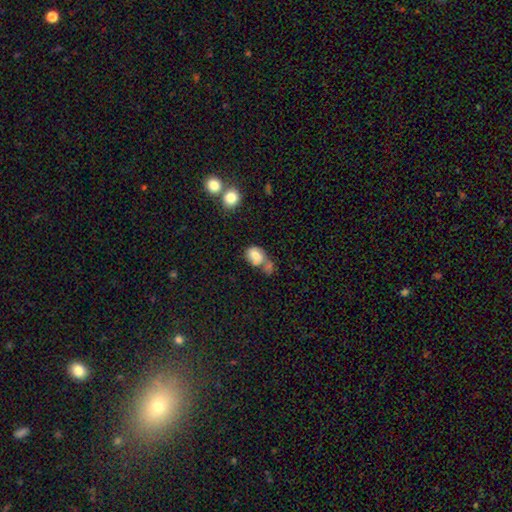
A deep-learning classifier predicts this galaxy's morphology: Overall: smooth (65%; featured or disk 25%). How rounded: in between (75%). Merging: merger (44%; none 22%).